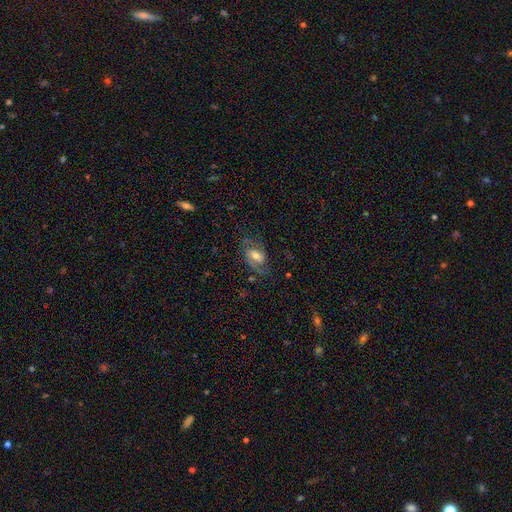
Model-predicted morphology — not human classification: The model was most divided on "bar": weak: 48%, no: 29%, strong: 23%. More confident: edge-on disk — no (95%); spiral arms — yes (90%); spiral arm count — 2 (82%); smooth or featured — featured or disk (68%); merging — none (67%); bulge size — moderate (55%); spiral winding — medium (50%).